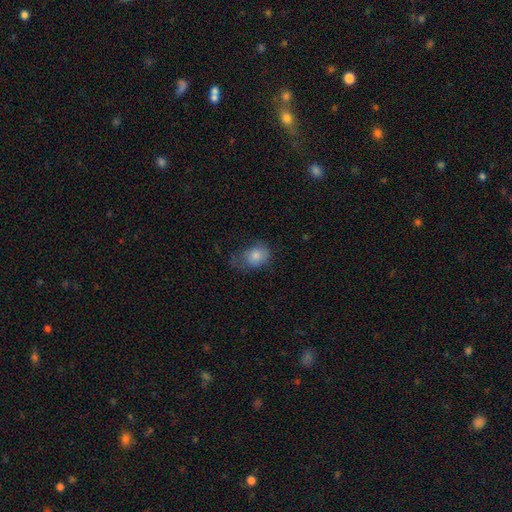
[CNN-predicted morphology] This appears to be a smooth galaxy with no disk features (74%) that is in between round and cigar-shaped (69%). Merging: none (44%).